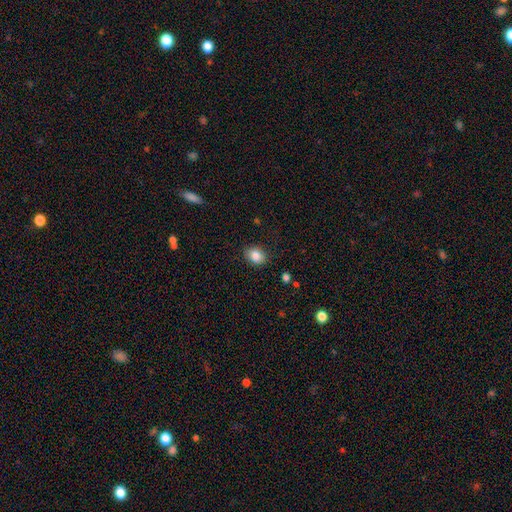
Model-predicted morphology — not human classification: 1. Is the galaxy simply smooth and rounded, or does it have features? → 85% smooth, 9% star or artifact, 6% featured or disk.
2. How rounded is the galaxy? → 55% in between, 44% round, 1% cigar-shaped.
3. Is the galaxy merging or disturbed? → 85% none, 11% minor disturbance, 3% major disturbance, 1% merger.